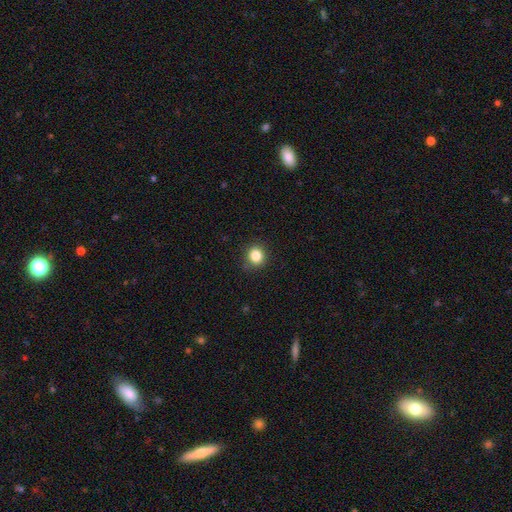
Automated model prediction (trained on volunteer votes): Overall: smooth (84%). How rounded: round (82%). Merging: none (87%).